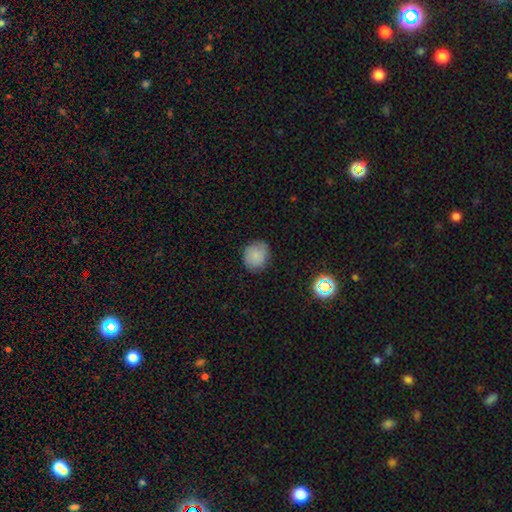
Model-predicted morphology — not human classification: Smooth or featured? smooth (83%)
How rounded? round (69%)
Merging? none (81%)